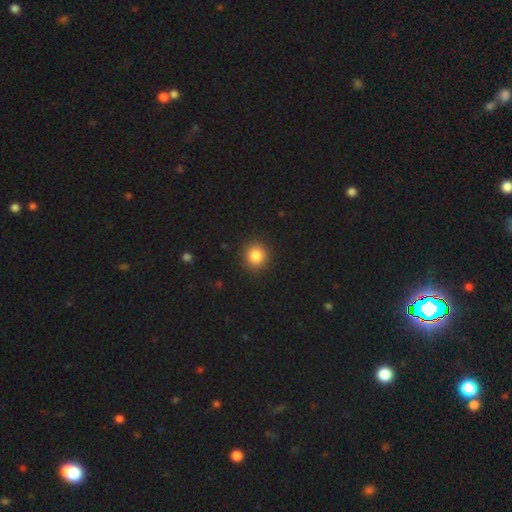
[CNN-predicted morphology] Overall: smooth (85%). How rounded: round (91%). Merging: none (90%).